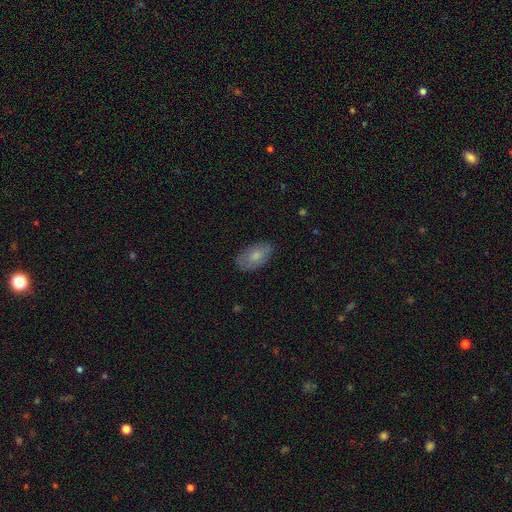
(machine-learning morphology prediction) Overall: smooth (74%). How rounded: in between (93%). Merging: none (77%).